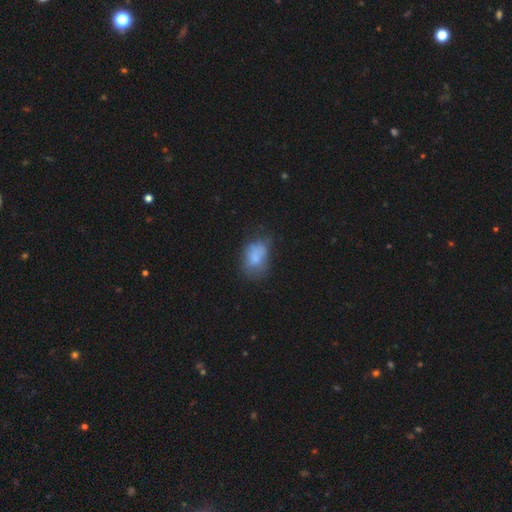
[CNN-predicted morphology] type=smooth (72%); roundness=in between (76%); merging=none (42%).